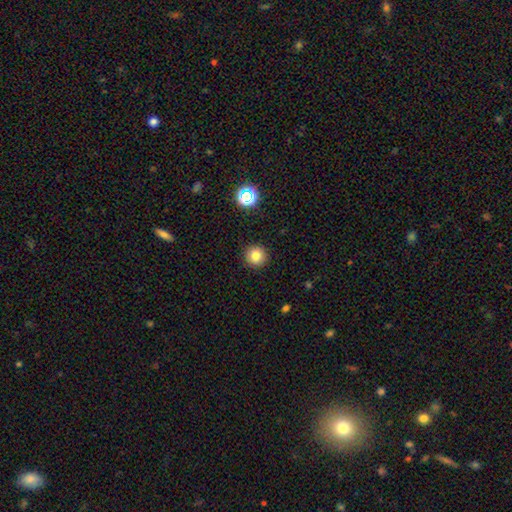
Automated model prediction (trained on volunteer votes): Overall: smooth (79%). How rounded: round (94%). Merging: none (92%).